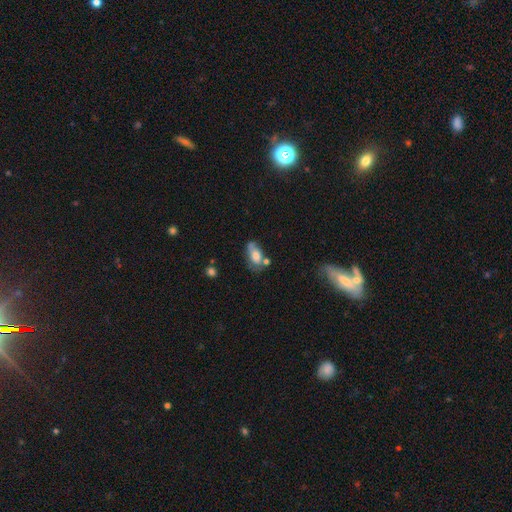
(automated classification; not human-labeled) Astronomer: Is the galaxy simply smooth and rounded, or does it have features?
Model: smooth — 65%.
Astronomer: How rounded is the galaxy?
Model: in between — 88%.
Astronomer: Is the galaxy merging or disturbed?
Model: none — 39% (runner-up: minor disturbance, 28%).